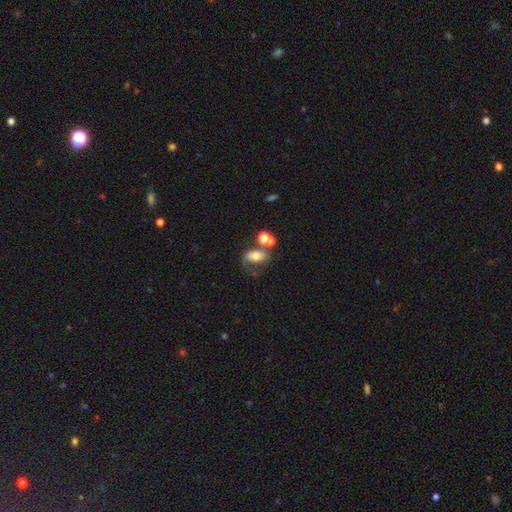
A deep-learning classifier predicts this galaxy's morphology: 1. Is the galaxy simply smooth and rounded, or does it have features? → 55% smooth, 33% featured or disk, 12% star or artifact.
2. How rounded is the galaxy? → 80% in between, 17% round, 3% cigar-shaped.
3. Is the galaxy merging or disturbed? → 34% none, 31% merger, 18% minor disturbance, 18% major disturbance.